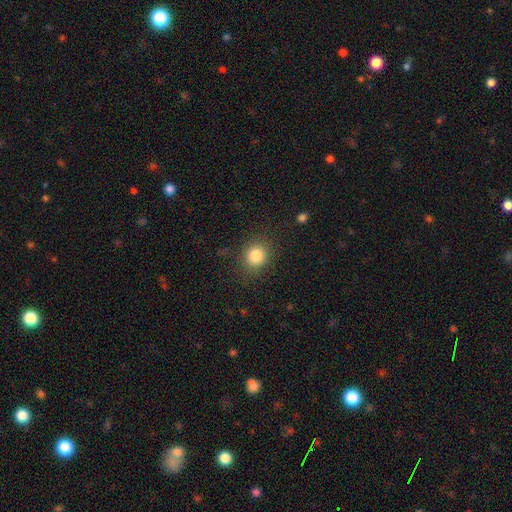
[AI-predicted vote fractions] The model was most divided on "how rounded": round: 76%, in between: 23%, cigar-shaped: 1%. More confident: merging — none (84%); smooth or featured — smooth (84%).